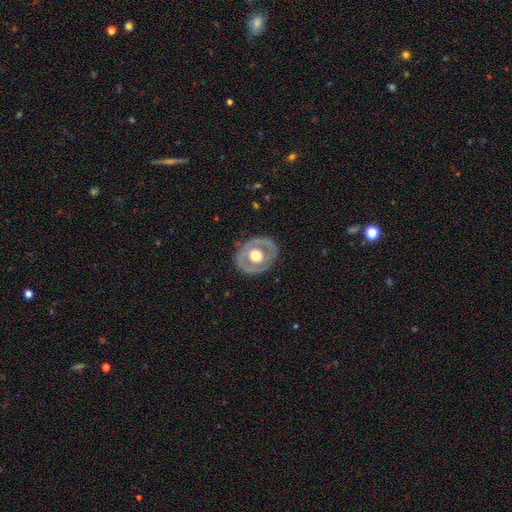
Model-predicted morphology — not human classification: A featured or disk galaxy (61%) with no bar (86%), no spiral arms (84%) and a moderate central bulge (49%). Merging: none (81%).